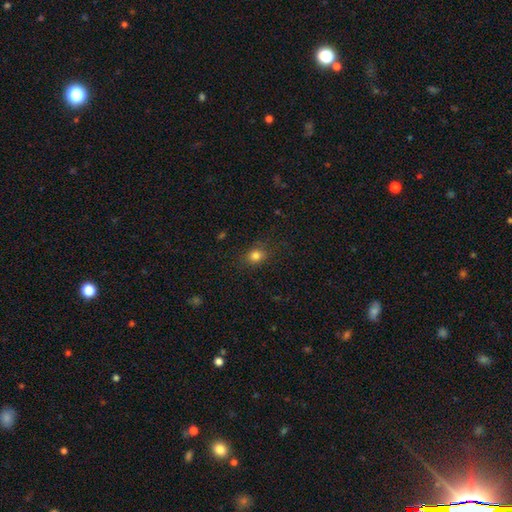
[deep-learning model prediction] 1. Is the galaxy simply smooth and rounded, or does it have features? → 81% smooth, 13% star or artifact, 6% featured or disk.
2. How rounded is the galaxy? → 58% round, 41% in between, 1% cigar-shaped.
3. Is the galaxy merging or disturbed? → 82% none, 12% minor disturbance, 4% major disturbance, 1% merger.